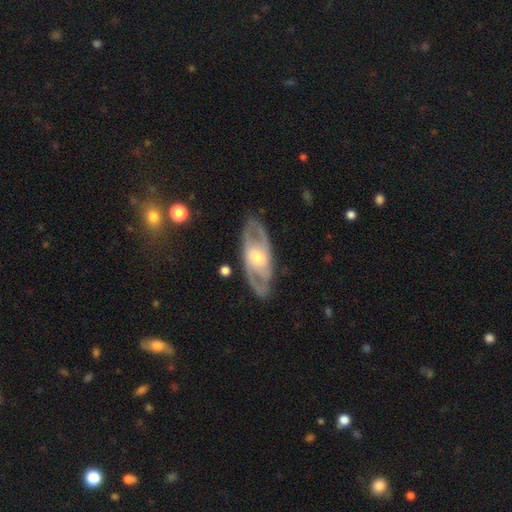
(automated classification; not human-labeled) A featured or disk galaxy (78%) with no bar (49%), spiral arms (75%) and a moderate central bulge (65%).

Vote fractions:
- Smooth or featured? featured or disk: 78% / smooth: 17% / star or artifact: 5%
- Edge-on disk? no: 85% / yes: 15%
- Bar? no: 49% / weak: 36% / strong: 15%
- Spiral arms? yes: 75% / no: 25%
- Bulge size? moderate: 65% / small: 19% / large: 13% / none: 1% / dominant: 1%
- Merging? none: 82% / minor disturbance: 12% / major disturbance: 4% / merger: 1%